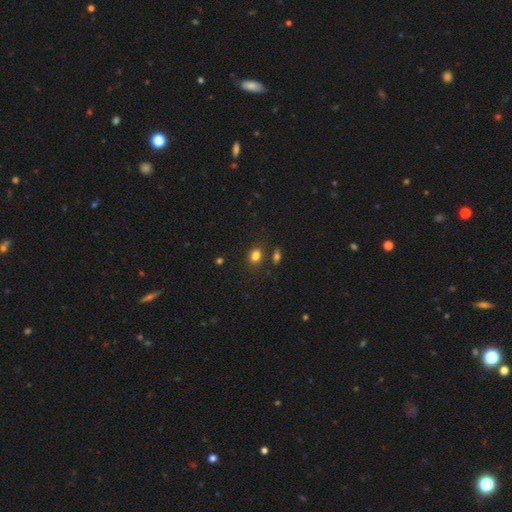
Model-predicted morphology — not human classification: Q: Smooth or featured?
A: smooth (80%); runner-up: star or artifact (14%)
Q: How rounded?
A: in between (59%); runner-up: round (40%)
Q: Merging?
A: none (70%); runner-up: minor disturbance (14%)